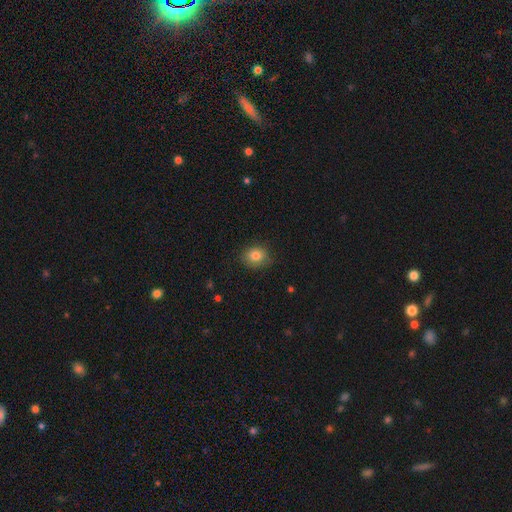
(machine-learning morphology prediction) Smooth or featured? smooth (82%)
How rounded? round (67%)
Merging? none (82%)